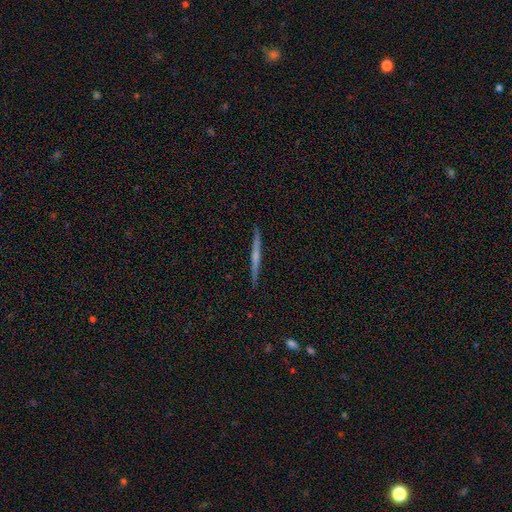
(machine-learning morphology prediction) The model was most divided on "edge-on bulge": none: 52%, rounded: 39%, boxy: 9%. More confident: edge-on disk — yes (98%); merging — none (92%); smooth or featured — featured or disk (63%).